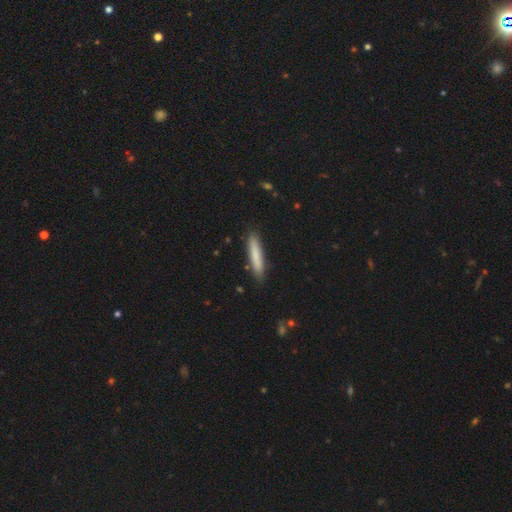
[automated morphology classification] smooth 80%, featured or disk 14%, star or artifact 6%. Down the decision tree: how rounded — cigar-shaped (91%); merging — none (88%).